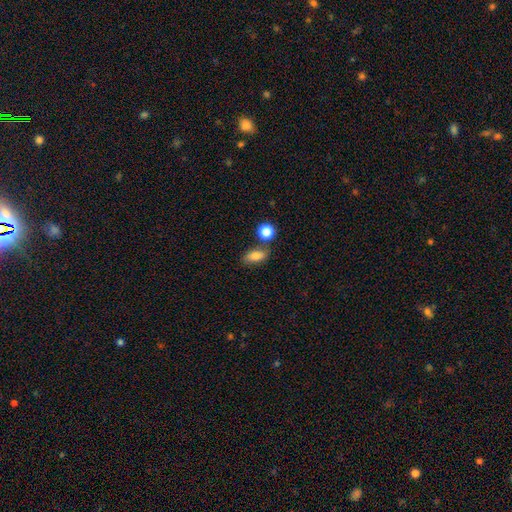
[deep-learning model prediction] A smooth galaxy with no disk features (82%) that is in between round and cigar-shaped (80%). Merging: none (66%).